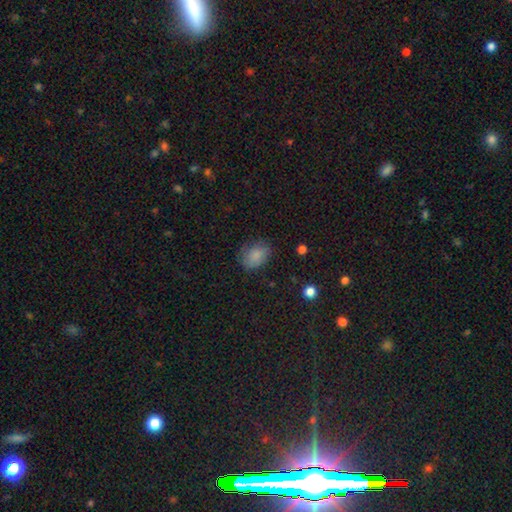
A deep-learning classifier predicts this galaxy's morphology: type=smooth (82%); roundness=in between (73%); merging=none (68%).